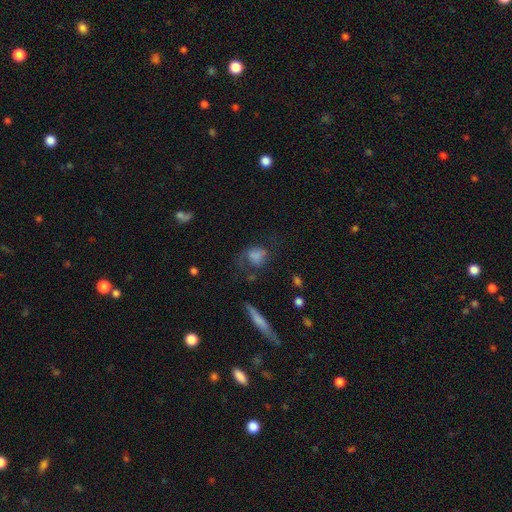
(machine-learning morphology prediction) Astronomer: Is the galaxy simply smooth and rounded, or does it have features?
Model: smooth — 56%.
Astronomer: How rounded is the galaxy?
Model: in between — 51% (runner-up: round, 44%).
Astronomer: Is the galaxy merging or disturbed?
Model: none — 42% (runner-up: major disturbance, 29%).